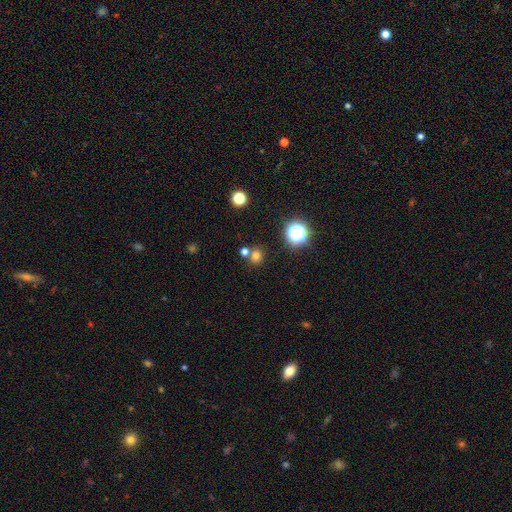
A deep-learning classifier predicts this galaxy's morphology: Q: Smooth or featured?
A: smooth (71%); runner-up: star or artifact (22%)
Q: How rounded?
A: round (85%); runner-up: in between (14%)
Q: Merging?
A: none (69%); runner-up: merger (20%)